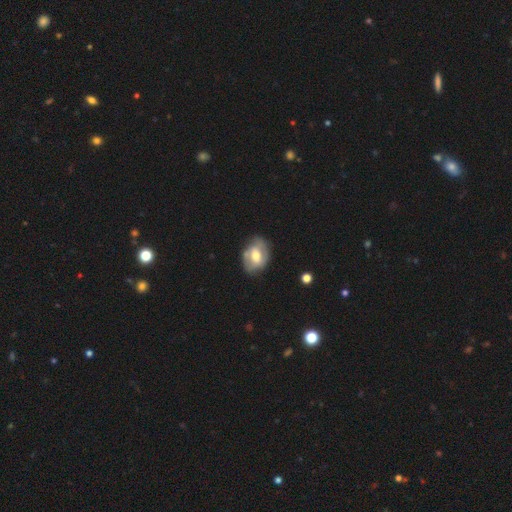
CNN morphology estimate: type=featured or disk (53%); edge-on=no (93%); merging=none (71%).